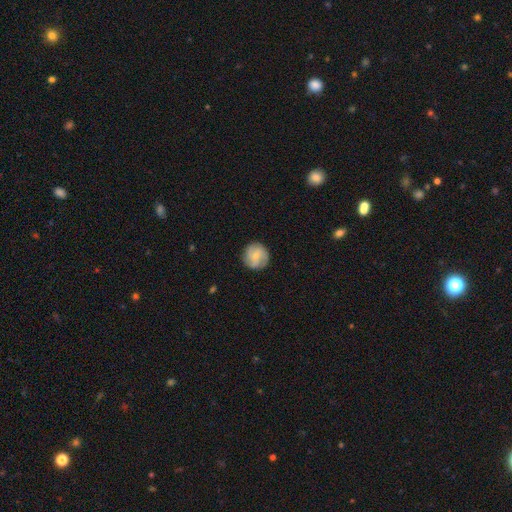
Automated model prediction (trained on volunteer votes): Q: Smooth or featured?
A: smooth (53%); runner-up: featured or disk (40%)
Q: How rounded?
A: round (94%); runner-up: in between (5%)
Q: Merging?
A: none (85%); runner-up: minor disturbance (11%)